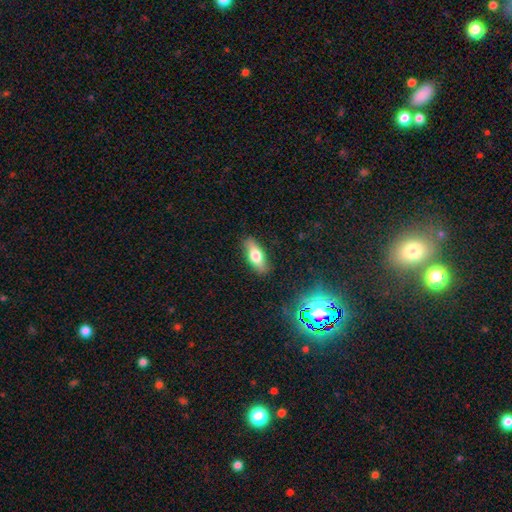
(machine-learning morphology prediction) A smooth galaxy with no disk features (68%) that is in between round and cigar-shaped (68%).

Vote fractions:
- Smooth or featured? smooth: 68% / featured or disk: 24% / star or artifact: 8%
- How rounded? in between: 68% / cigar-shaped: 29% / round: 3%
- Merging? none: 86% / minor disturbance: 11% / major disturbance: 2% / merger: 1%